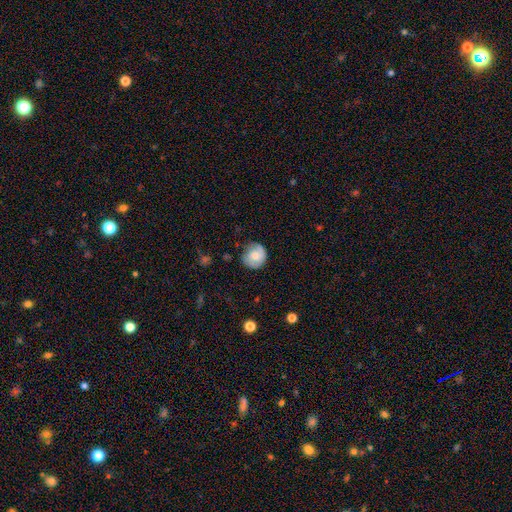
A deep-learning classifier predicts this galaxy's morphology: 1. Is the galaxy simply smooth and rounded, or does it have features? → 57% smooth, 35% featured or disk, 8% star or artifact.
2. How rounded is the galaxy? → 85% round, 15% in between, 1% cigar-shaped.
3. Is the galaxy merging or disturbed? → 70% none, 22% minor disturbance, 6% major disturbance, 1% merger.